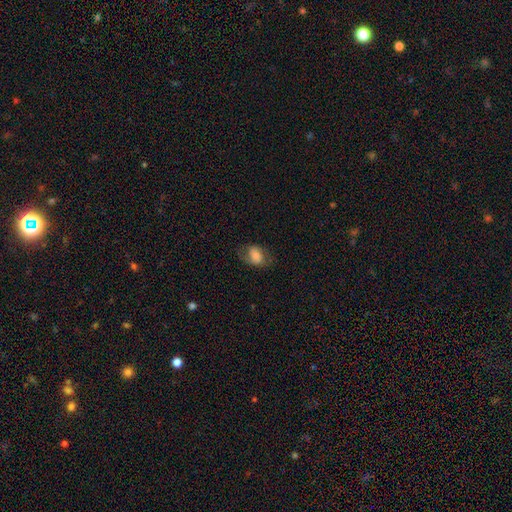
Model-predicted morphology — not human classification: Smooth or featured?
  - smooth: 62% *
  - featured or disk: 29%
  - star or artifact: 8%
How rounded?
  - in between: 76% *
  - round: 23%
  - cigar-shaped: 1%
Merging?
  - none: 62% *
  - minor disturbance: 22%
  - major disturbance: 14%
  - merger: 1%